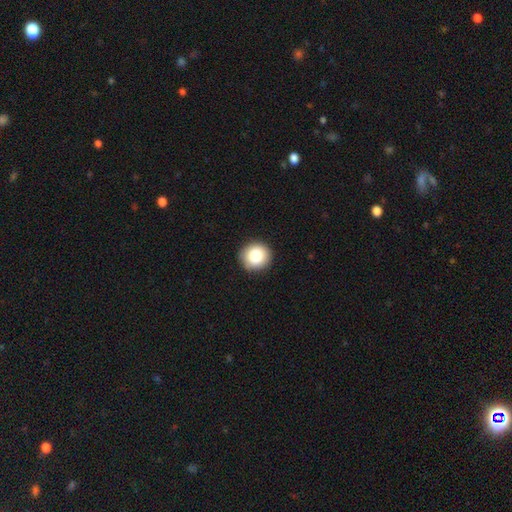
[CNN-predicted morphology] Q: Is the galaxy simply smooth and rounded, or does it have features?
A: smooth — 83%.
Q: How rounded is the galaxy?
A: round — 92%.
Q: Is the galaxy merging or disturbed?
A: none — 90%.